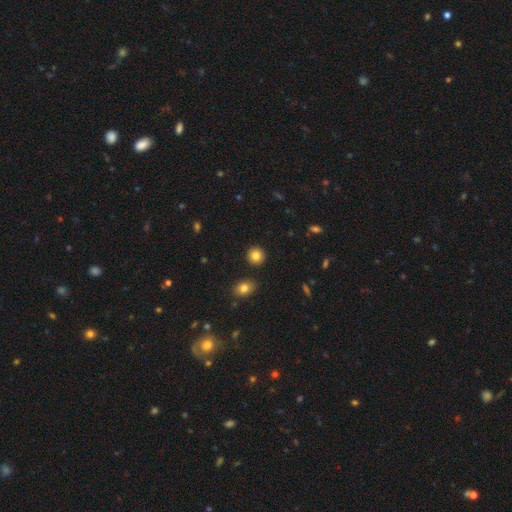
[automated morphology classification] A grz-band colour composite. It shows a smooth galaxy with no disk features (83%) that is round (91%). Merging: none (91%).